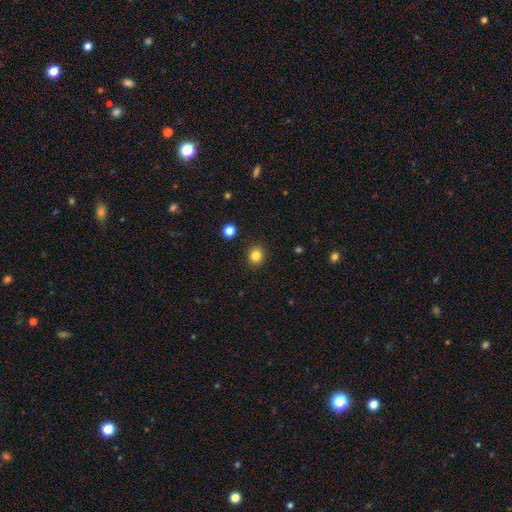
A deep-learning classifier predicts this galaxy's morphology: Smooth or featured?
  - smooth: 83% *
  - star or artifact: 12%
  - featured or disk: 6%
How rounded?
  - round: 83% *
  - in between: 16%
  - cigar-shaped: 1%
Merging?
  - none: 91% *
  - minor disturbance: 6%
  - major disturbance: 2%
  - merger: 1%